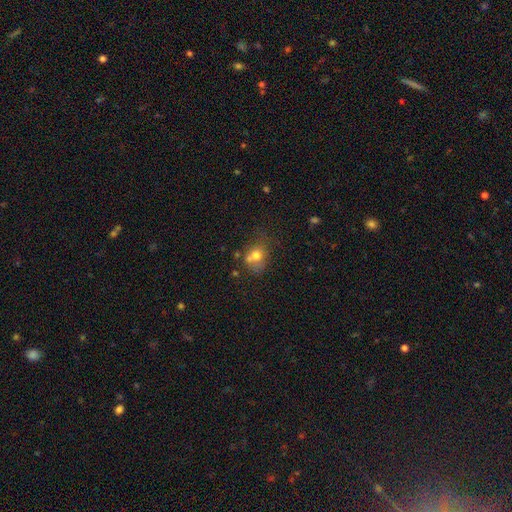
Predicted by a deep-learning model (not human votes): Smooth or featured? Predicted: smooth (p=0.70). How rounded? Predicted: round (p=0.60). Merging? Predicted: none (p=0.41).